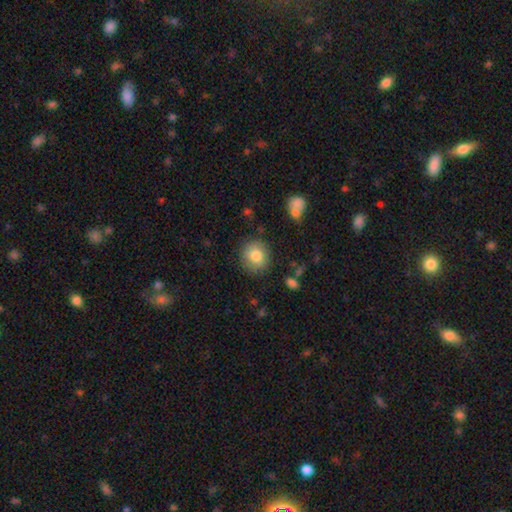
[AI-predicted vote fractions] Morphology: type=smooth (82%); roundness=round (84%); merging=none (84%).